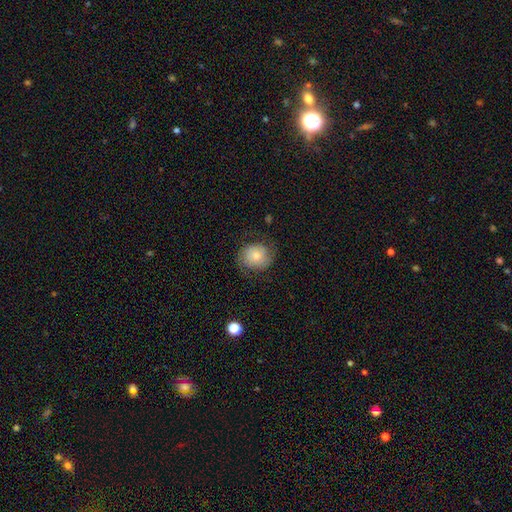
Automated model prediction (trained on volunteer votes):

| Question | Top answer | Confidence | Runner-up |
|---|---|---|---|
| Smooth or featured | smooth | 57% | featured or disk (35%) |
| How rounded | round | 74% | in between (25%) |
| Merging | none | 69% | minor disturbance (19%) |